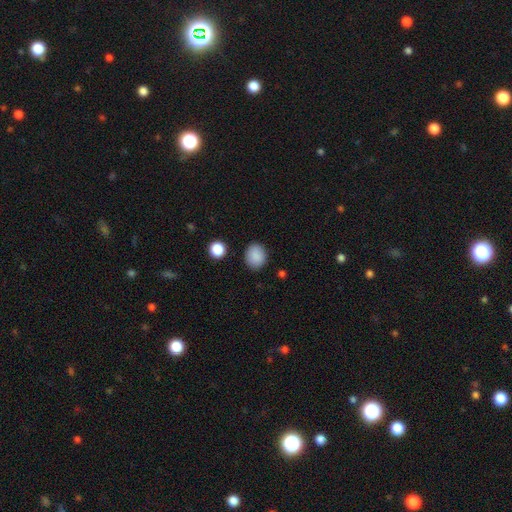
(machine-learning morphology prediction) Smooth or featured: smooth — 88% (star or artifact — 9%)
How rounded: round — 70% (in between — 29%)
Merging: none — 87% (minor disturbance — 9%)